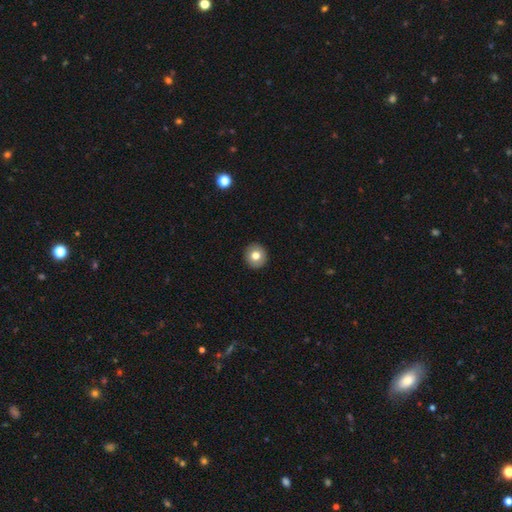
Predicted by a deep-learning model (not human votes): A smooth galaxy with no disk features (77%) that is round (93%). Merging: none (93%).